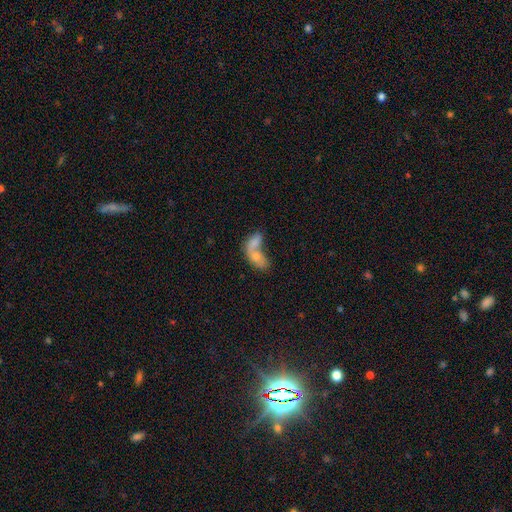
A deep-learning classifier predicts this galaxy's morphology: Smooth or featured?
  - smooth: 56% *
  - featured or disk: 33%
  - star or artifact: 11%
How rounded?
  - in between: 77% *
  - cigar-shaped: 12%
  - round: 11%
Merging?
  - merger: 69% *
  - none: 16%
  - major disturbance: 9%
  - minor disturbance: 7%